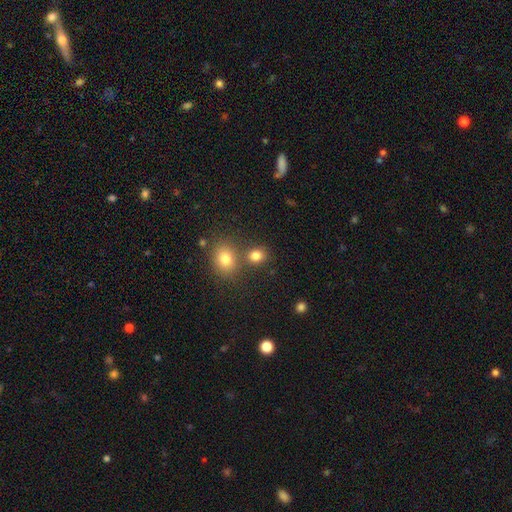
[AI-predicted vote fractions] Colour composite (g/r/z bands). It shows a smooth galaxy with no disk features (81%) that is round (64%). Merging: none (64%).